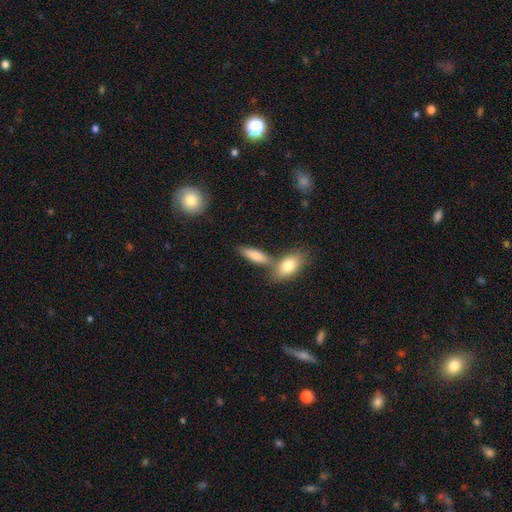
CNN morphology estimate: Smooth or featured: smooth — 80% (featured or disk — 14%)
How rounded: in between — 63% (cigar-shaped — 33%)
Merging: none — 54% (merger — 31%)